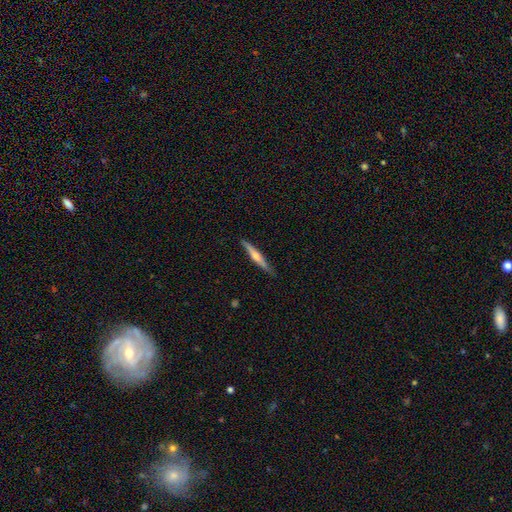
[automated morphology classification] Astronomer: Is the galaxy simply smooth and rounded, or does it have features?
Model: featured or disk — 68%.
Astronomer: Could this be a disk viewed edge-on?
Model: yes — 97%.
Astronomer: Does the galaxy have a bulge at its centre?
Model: rounded — 86%.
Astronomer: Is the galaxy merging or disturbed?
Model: none — 87%.